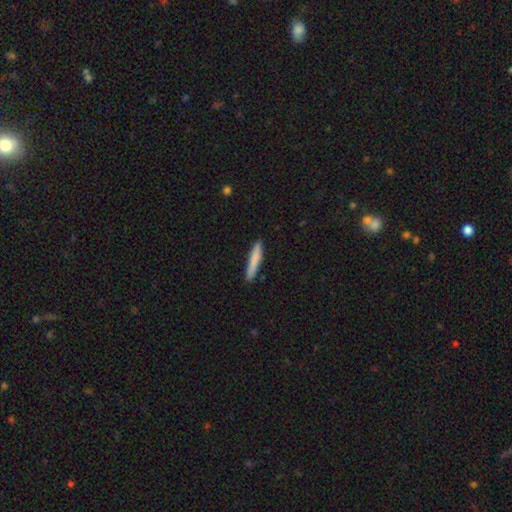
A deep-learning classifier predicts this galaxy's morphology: This is likely a smooth galaxy (65%). How rounded: clearly cigar-shaped (93%). Merging: clearly none (87%).